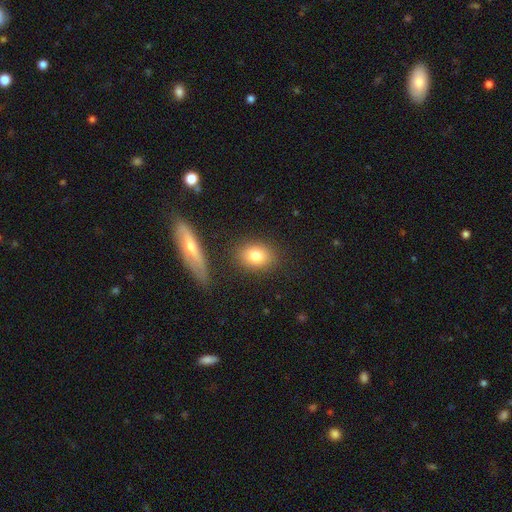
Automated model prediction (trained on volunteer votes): Smooth or featured? smooth (80%)
How rounded? in between (63%)
Merging? none (83%)